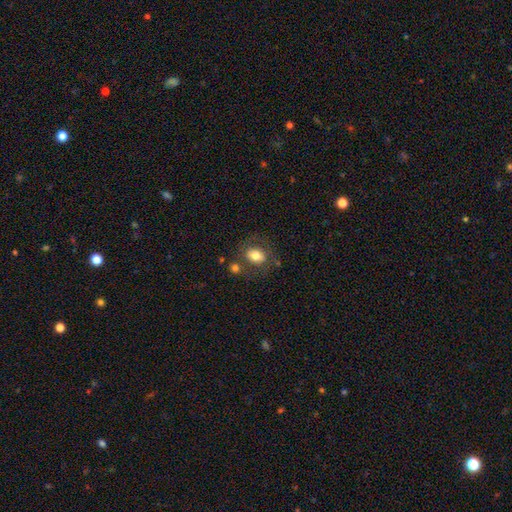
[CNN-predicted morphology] A smooth galaxy with no disk features (73%) that is in between round and cigar-shaped (60%). Merging: none (63%).